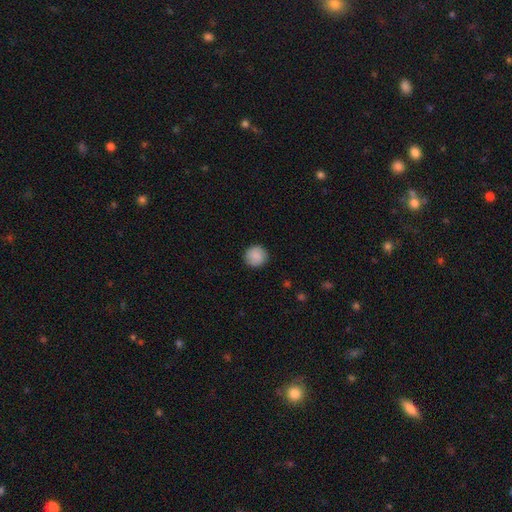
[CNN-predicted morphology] smooth_or_featured: smooth (p=0.88) [alt: star or artifact p=0.07]
how_rounded: round (p=0.94) [alt: in between p=0.05]
merging: none (p=0.90) [alt: minor disturbance p=0.07]